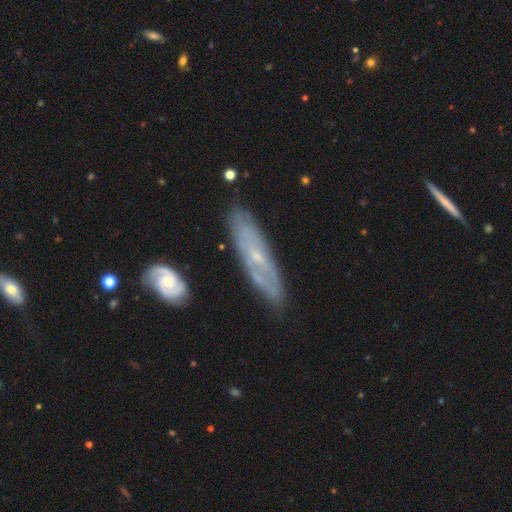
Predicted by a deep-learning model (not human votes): Smooth or featured? Predicted: featured or disk (p=0.65). Edge-on disk? Predicted: no (p=0.68). Merging? Predicted: none (p=0.81).